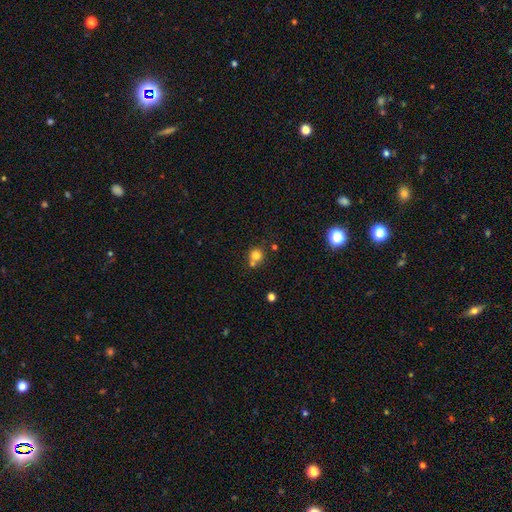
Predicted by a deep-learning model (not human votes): Q: Smooth or featured?
A: smooth (78%); runner-up: star or artifact (13%)
Q: How rounded?
A: round (89%); runner-up: in between (10%)
Q: Merging?
A: none (54%); runner-up: merger (34%)